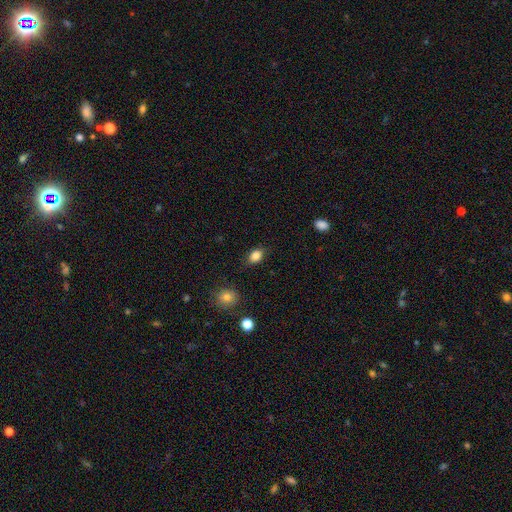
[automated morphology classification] smooth 85%, star or artifact 10%, featured or disk 5%. Down the decision tree: how rounded — in between (76%); merging — none (84%).